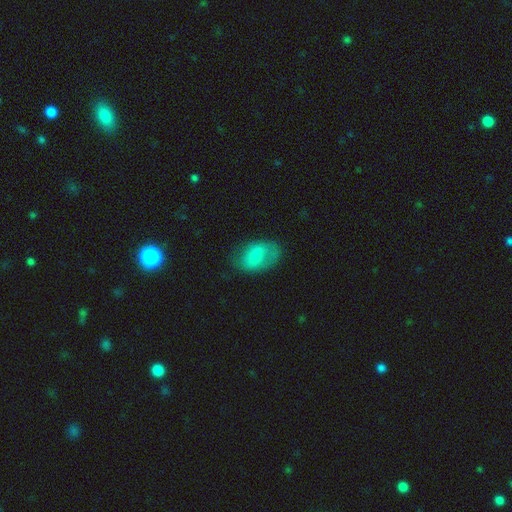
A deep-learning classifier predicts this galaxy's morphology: The model was most divided on "smooth or featured": smooth: 65%, featured or disk: 28%, star or artifact: 7%. More confident: how rounded — in between (85%); merging — none (67%).